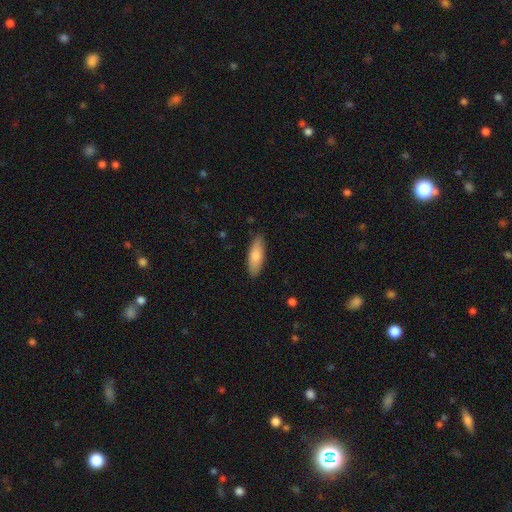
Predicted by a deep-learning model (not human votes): A smooth galaxy with no disk features (80%) that is in between round and cigar-shaped (60%).

Vote fractions:
- Smooth or featured? smooth: 80% / featured or disk: 14% / star or artifact: 5%
- How rounded? in between: 60% / cigar-shaped: 38% / round: 2%
- Merging? none: 86% / minor disturbance: 11% / major disturbance: 2% / merger: 1%